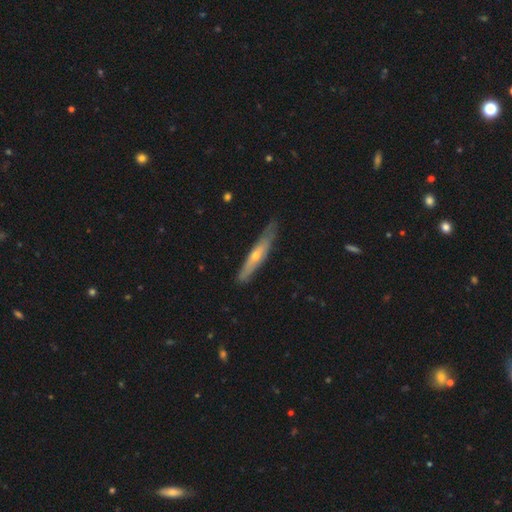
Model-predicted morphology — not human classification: A featured or disk galaxy (56%) viewed edge-on (83%). Merging: none (78%).